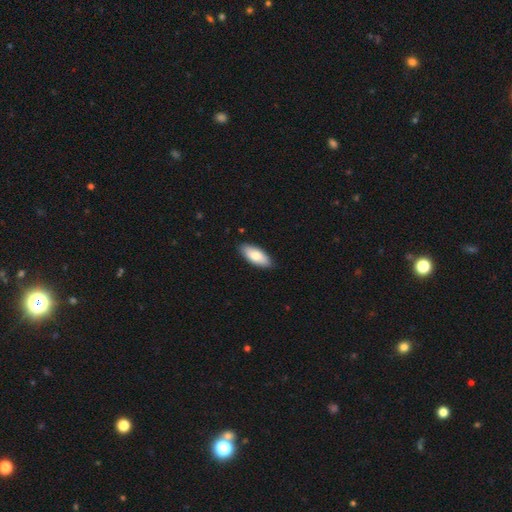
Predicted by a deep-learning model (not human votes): Q: Smooth or featured?
A: smooth (79%); runner-up: featured or disk (16%)
Q: How rounded?
A: in between (84%); runner-up: cigar-shaped (14%)
Q: Merging?
A: none (88%); runner-up: minor disturbance (9%)